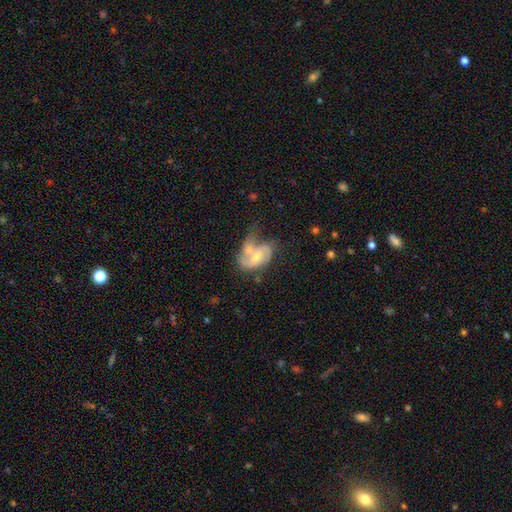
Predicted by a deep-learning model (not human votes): Morphology: type=featured or disk (64%); edge-on=no (96%); bar=no (61%); spiral arms=yes (75%); bulge=moderate (58%); merging=merger (50%).